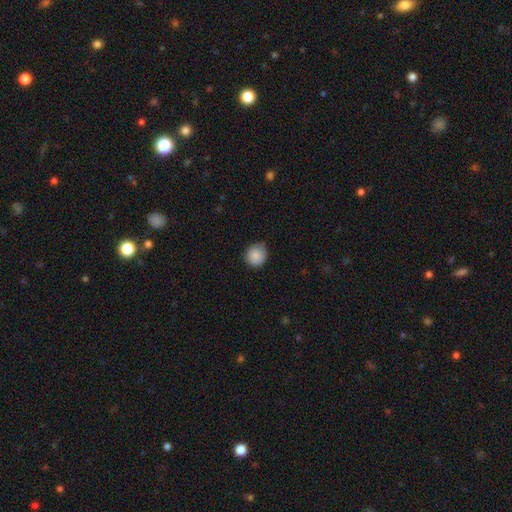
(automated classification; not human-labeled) A smooth galaxy with no disk features (87%) that is round (87%). Merging: none (75%).